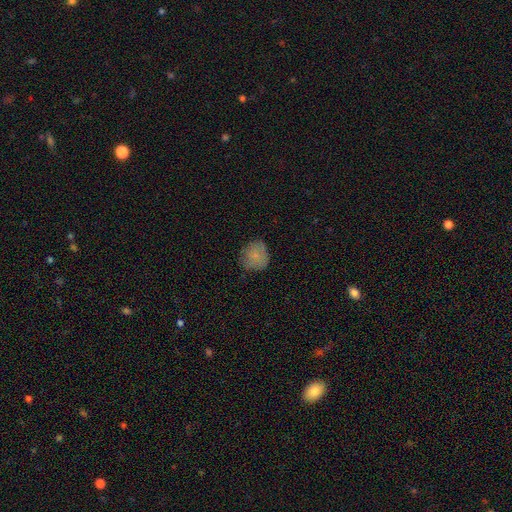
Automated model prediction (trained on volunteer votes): Smooth or featured?
  - smooth: 78% *
  - featured or disk: 13%
  - star or artifact: 9%
How rounded?
  - round: 83% *
  - in between: 16%
  - cigar-shaped: 1%
Merging?
  - none: 71% *
  - minor disturbance: 23%
  - major disturbance: 5%
  - merger: 1%